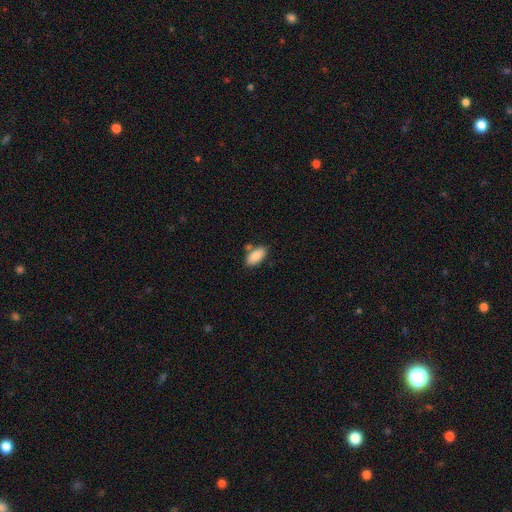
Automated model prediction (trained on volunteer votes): Overall: smooth (86%). How rounded: in between (92%). Merging: none (72%).